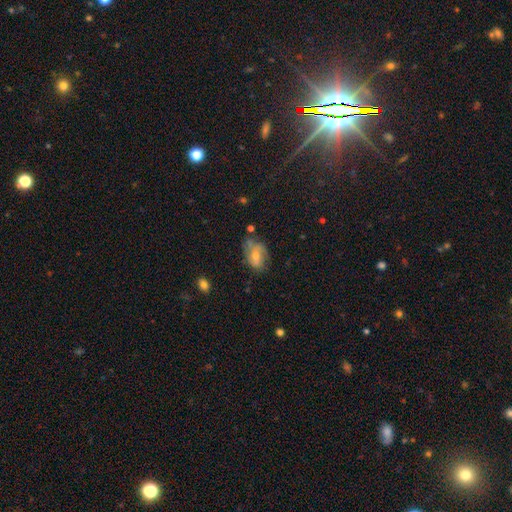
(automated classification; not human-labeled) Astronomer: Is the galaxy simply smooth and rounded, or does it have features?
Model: smooth — 53% (runner-up: featured or disk, 37%).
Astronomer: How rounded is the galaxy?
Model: in between — 83%.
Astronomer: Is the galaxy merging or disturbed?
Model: none — 44% (runner-up: minor disturbance, 32%).